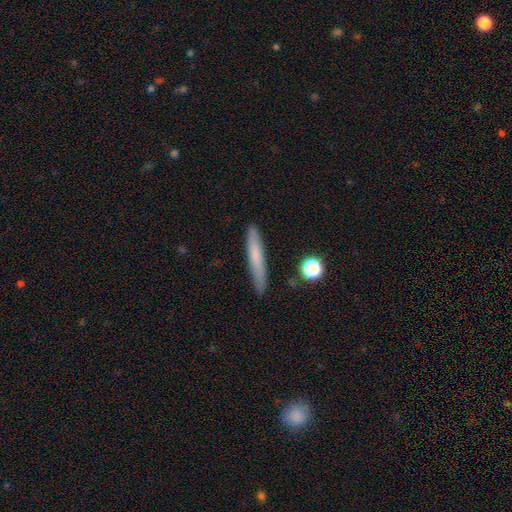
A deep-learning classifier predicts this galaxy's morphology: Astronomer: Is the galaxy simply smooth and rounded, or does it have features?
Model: smooth — 67%.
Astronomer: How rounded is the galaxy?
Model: cigar-shaped — 94%.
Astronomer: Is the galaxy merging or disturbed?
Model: none — 86%.